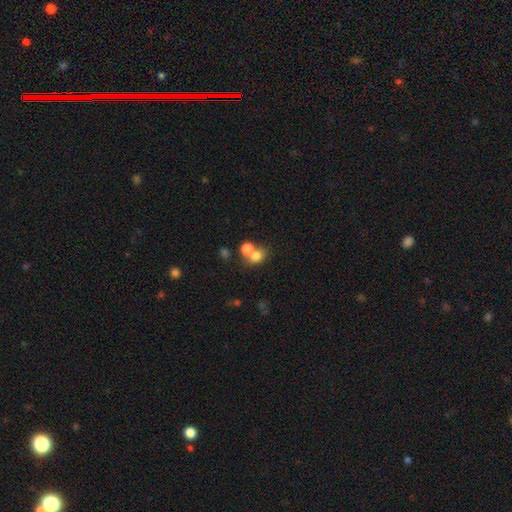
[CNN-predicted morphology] Smooth or featured? smooth (75%)
How rounded? round (61%)
Merging? merger (47%)